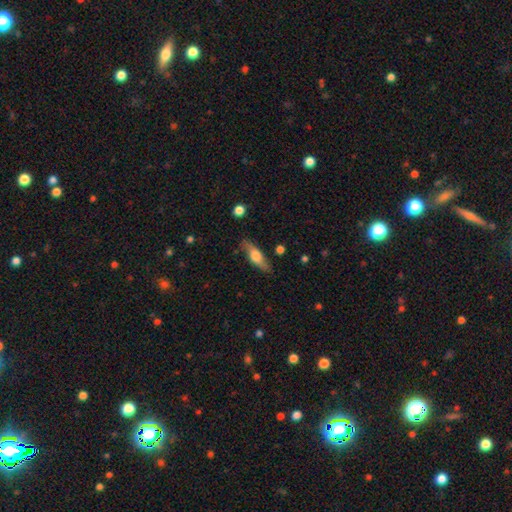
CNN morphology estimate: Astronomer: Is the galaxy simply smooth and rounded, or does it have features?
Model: smooth — 54% (runner-up: featured or disk, 40%).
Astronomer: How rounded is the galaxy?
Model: cigar-shaped — 49% (runner-up: in between, 48%).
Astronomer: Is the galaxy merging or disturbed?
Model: none — 81%.